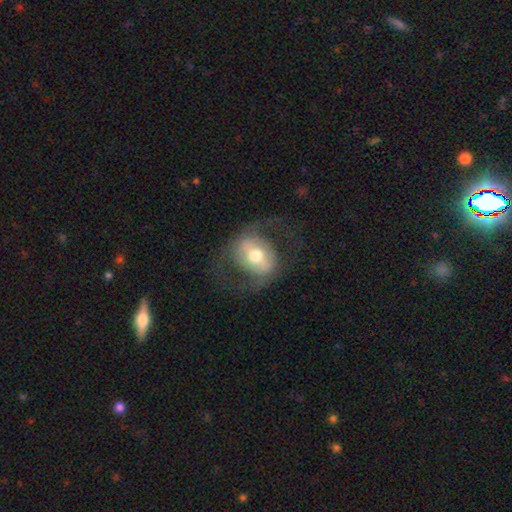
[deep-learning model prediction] Morphology: type=featured or disk (60%); edge-on=no (95%); bar=weak (35%); spiral arms=yes (53%); bulge=moderate (70%); merging=none (64%).